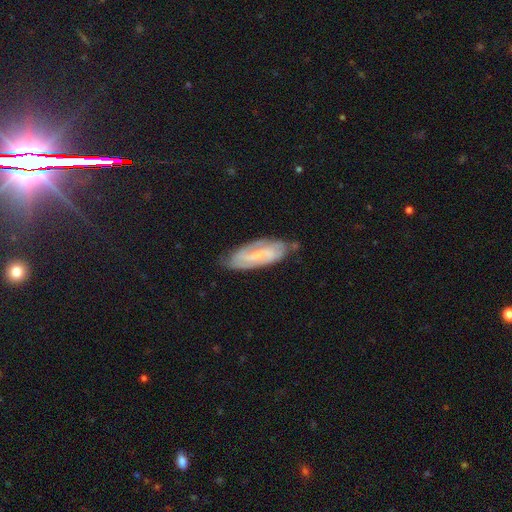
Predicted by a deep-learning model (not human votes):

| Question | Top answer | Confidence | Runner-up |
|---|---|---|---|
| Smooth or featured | featured or disk | 74% | smooth (19%) |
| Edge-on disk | no | 91% | yes (9%) |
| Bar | weak | 46% | strong (30%) |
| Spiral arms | yes | 92% | no (8%) |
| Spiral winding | medium | 42% | tight (40%) |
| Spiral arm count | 2 | 74% | can't tell (15%) |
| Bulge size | small | 63% | none (21%) |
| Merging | none | 74% | minor disturbance (19%) |